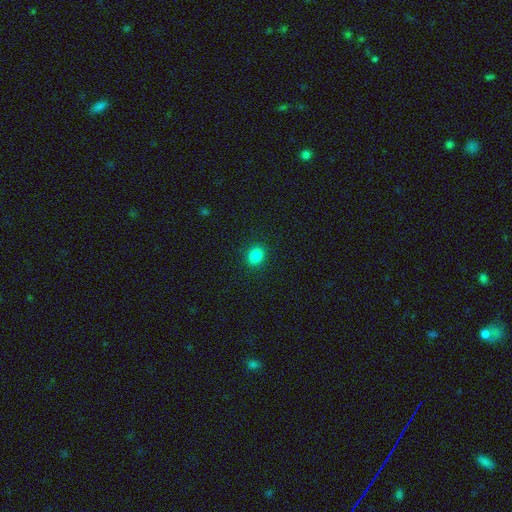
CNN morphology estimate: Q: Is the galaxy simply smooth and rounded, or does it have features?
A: smooth — 84%.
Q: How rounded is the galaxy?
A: round — 59%.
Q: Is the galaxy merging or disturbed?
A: none — 90%.